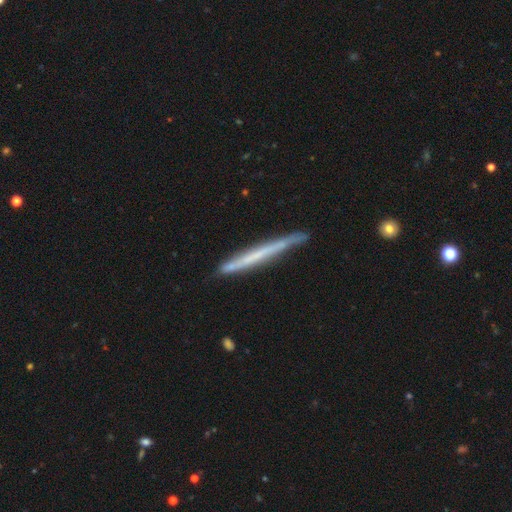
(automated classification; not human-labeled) smooth_or_featured: featured or disk (p=0.51) [alt: smooth p=0.43]
disk_edge_on: yes (p=0.95) [alt: no p=0.05]
merging: none (p=0.81) [alt: minor disturbance p=0.15]